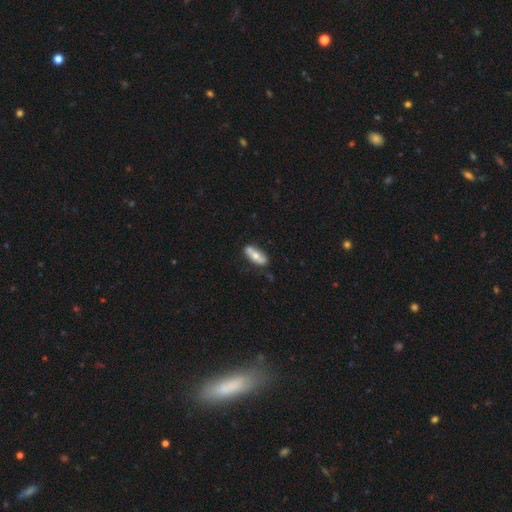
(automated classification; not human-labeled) A smooth galaxy with no disk features (57%) that is in between round and cigar-shaped (69%).

Vote fractions:
- Smooth or featured? smooth: 57% / featured or disk: 37% / star or artifact: 6%
- How rounded? in between: 69% / cigar-shaped: 28% / round: 3%
- Merging? none: 73% / minor disturbance: 18% / merger: 6% / major disturbance: 4%